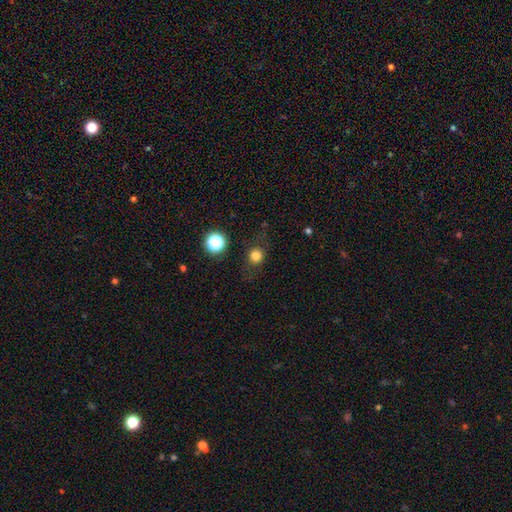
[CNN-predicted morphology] The model was most divided on "merging": none: 76%, minor disturbance: 14%, major disturbance: 7%, merger: 2%. More confident: how rounded — round (84%); smooth or featured — smooth (78%).